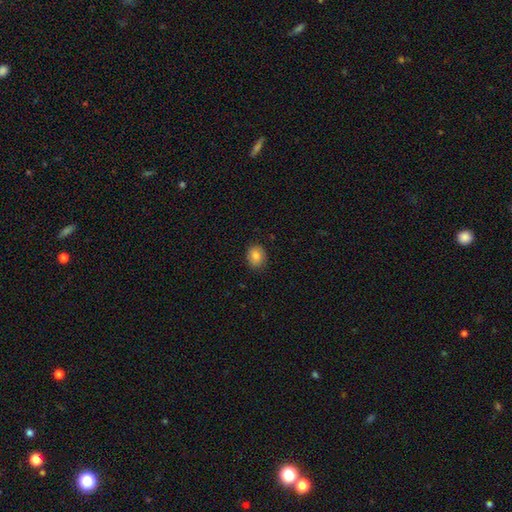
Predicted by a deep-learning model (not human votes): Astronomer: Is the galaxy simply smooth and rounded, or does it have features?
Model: smooth — 83%.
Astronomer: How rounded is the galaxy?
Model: round — 62%.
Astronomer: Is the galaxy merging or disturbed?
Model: none — 87%.